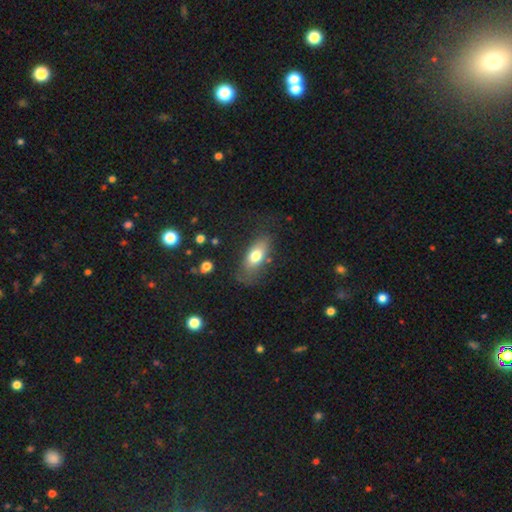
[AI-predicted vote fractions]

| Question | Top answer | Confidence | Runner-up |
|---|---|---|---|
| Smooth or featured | smooth | 70% | featured or disk (22%) |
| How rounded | in between | 83% | cigar-shaped (12%) |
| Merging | none | 64% | minor disturbance (22%) |